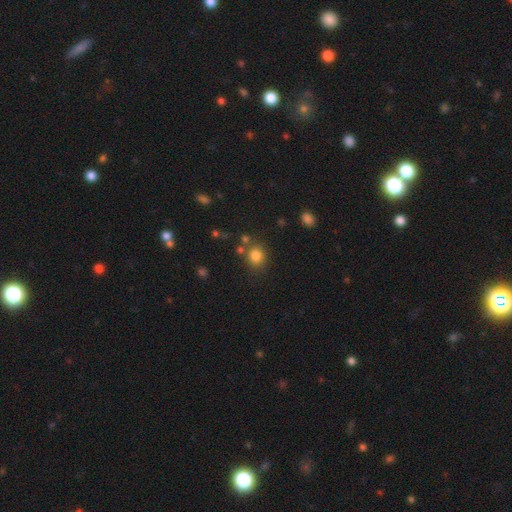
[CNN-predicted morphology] smooth_or_featured: smooth (p=0.81) [alt: star or artifact p=0.12]
how_rounded: round (p=0.77) [alt: in between p=0.22]
merging: none (p=0.73) [alt: merger p=0.11]